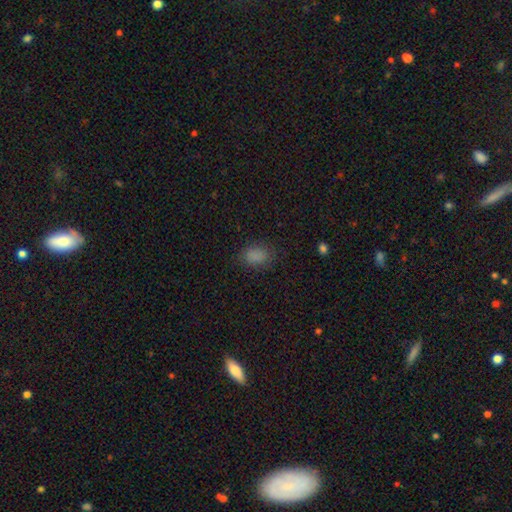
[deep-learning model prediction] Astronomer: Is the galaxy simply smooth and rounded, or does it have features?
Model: smooth — 84%.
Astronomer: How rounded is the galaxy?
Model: in between — 77%.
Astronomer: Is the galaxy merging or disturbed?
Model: none — 79%.